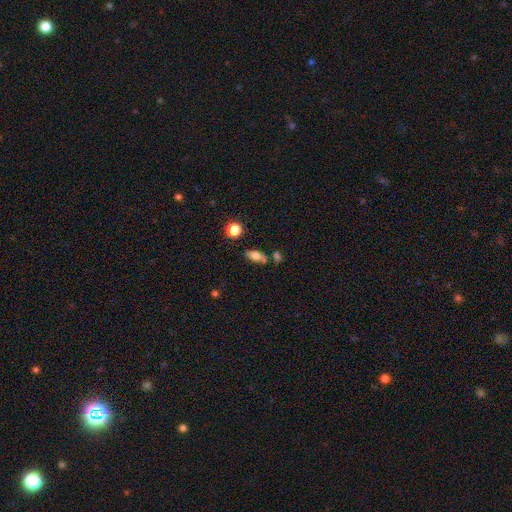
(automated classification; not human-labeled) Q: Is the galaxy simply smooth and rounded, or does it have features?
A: smooth — 73%.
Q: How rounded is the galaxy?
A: in between — 82%.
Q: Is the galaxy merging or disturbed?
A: none — 62%.